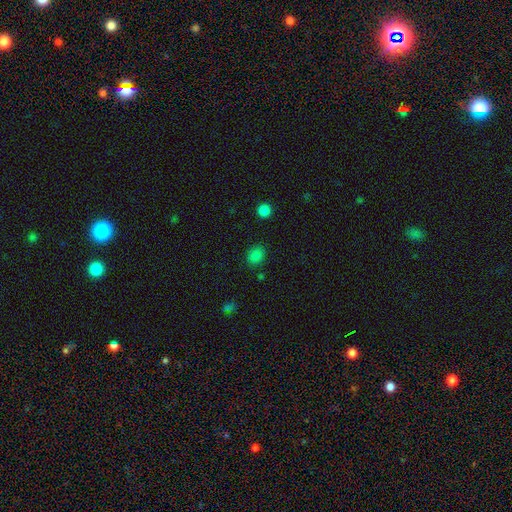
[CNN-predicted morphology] Smooth or featured?
  - smooth: 82% *
  - star or artifact: 15%
  - featured or disk: 4%
How rounded?
  - round: 52% *
  - in between: 47%
  - cigar-shaped: 1%
Merging?
  - none: 82% *
  - minor disturbance: 12%
  - major disturbance: 3%
  - merger: 3%